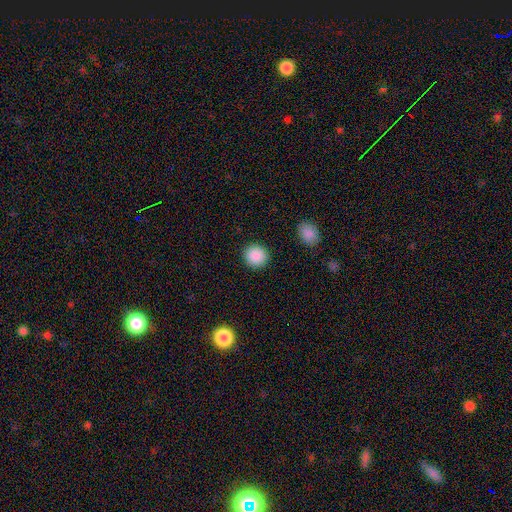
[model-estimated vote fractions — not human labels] Smooth or featured? Predicted: smooth (p=0.89). How rounded? Predicted: round (p=0.90). Merging? Predicted: none (p=0.92).